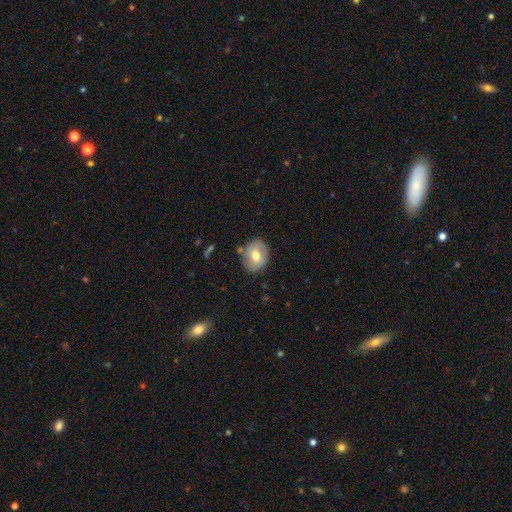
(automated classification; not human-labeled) Q: Smooth or featured?
A: smooth (64%); runner-up: featured or disk (28%)
Q: How rounded?
A: round (61%); runner-up: in between (38%)
Q: Merging?
A: none (81%); runner-up: minor disturbance (13%)